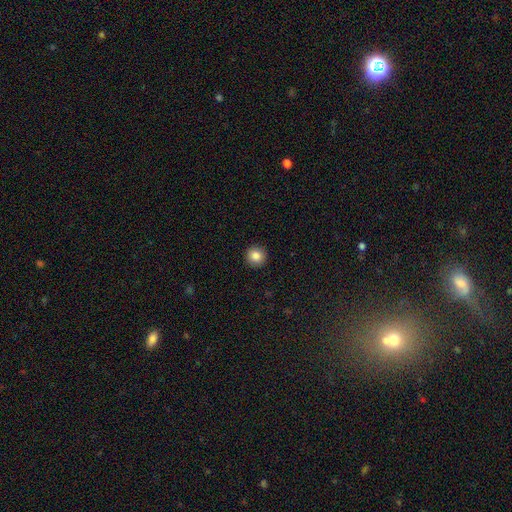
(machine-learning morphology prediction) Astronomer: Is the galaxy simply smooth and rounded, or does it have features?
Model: smooth — 85%.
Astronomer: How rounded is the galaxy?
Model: round — 95%.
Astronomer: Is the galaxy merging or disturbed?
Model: none — 93%.